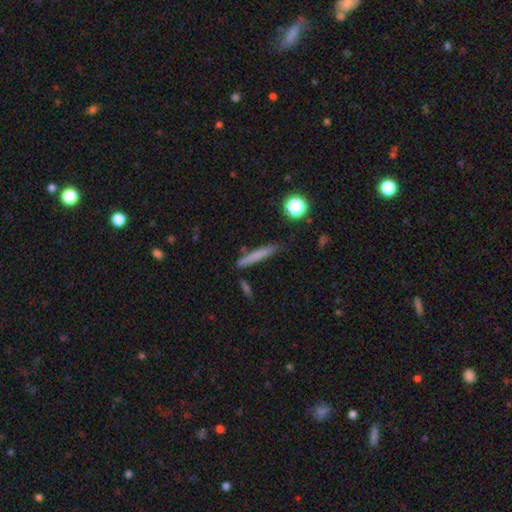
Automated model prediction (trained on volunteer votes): The model was most divided on "smooth or featured": smooth: 70%, featured or disk: 21%, star or artifact: 9%. More confident: how rounded — cigar-shaped (93%); merging — none (81%).